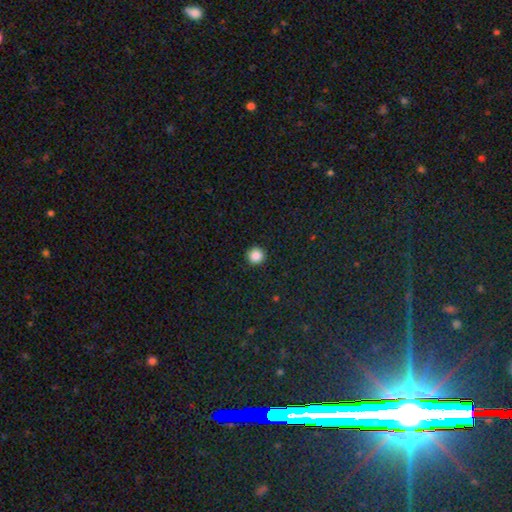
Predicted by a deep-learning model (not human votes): Overall: smooth (87%). How rounded: round (96%). Merging: none (93%).